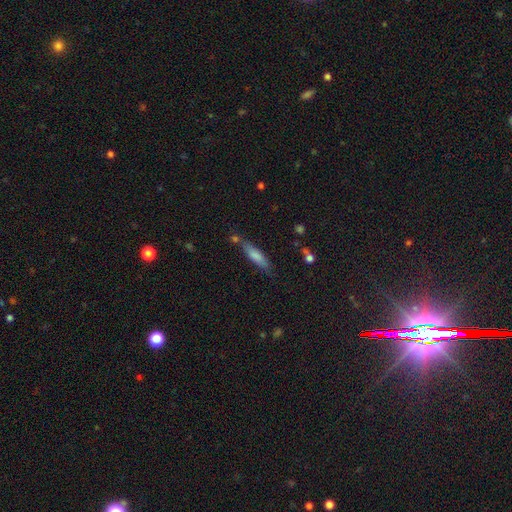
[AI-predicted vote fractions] smooth 73%, featured or disk 20%, star or artifact 7%. Down the decision tree: how rounded — cigar-shaped (73%); merging — none (68%).